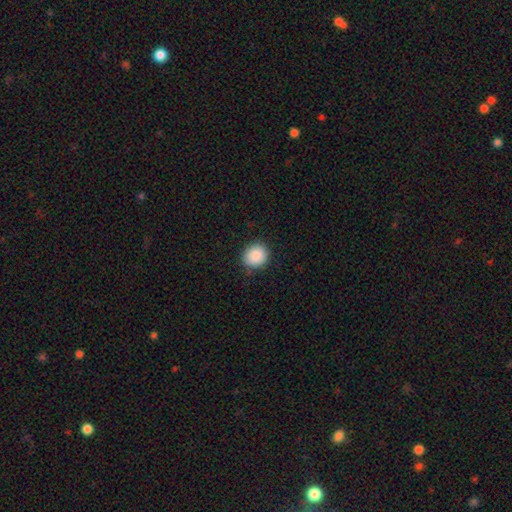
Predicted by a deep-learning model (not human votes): A smooth galaxy with no disk features (88%) that is round (77%). Merging: none (86%).